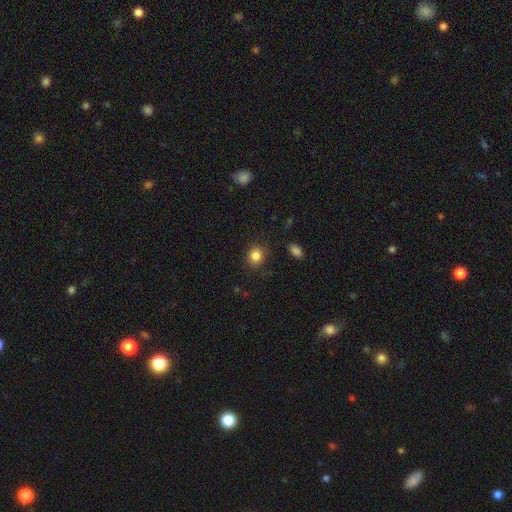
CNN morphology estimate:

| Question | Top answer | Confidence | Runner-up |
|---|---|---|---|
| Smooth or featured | smooth | 85% | star or artifact (11%) |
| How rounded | round | 76% | in between (23%) |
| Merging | none | 86% | minor disturbance (10%) |